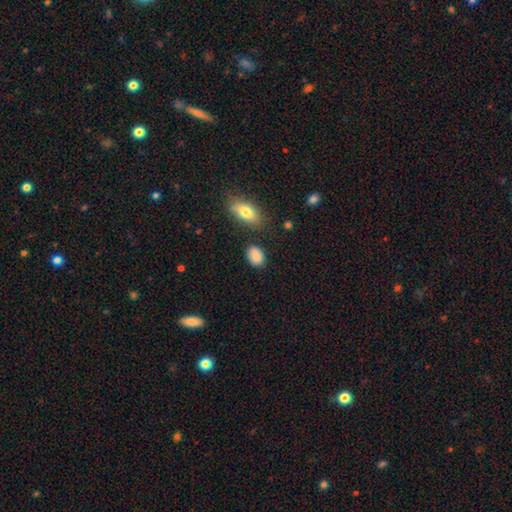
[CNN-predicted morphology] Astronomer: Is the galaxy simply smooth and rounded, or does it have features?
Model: smooth — 88%.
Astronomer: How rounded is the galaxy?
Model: in between — 81%.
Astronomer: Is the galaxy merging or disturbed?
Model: none — 80%.